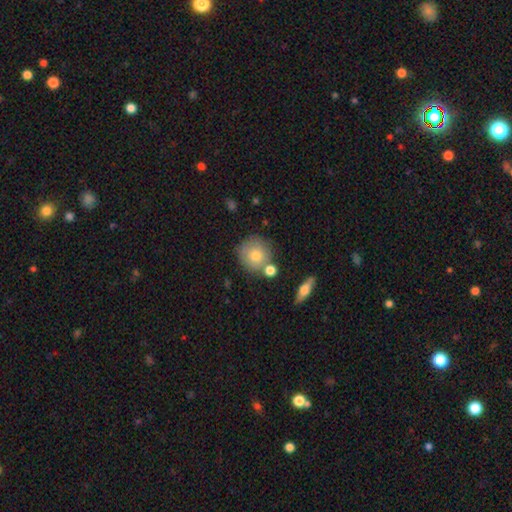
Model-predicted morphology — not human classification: The model was most divided on "merging": none: 72%, merger: 14%, minor disturbance: 11%, major disturbance: 3%. More confident: how rounded — round (91%); smooth or featured — smooth (75%).